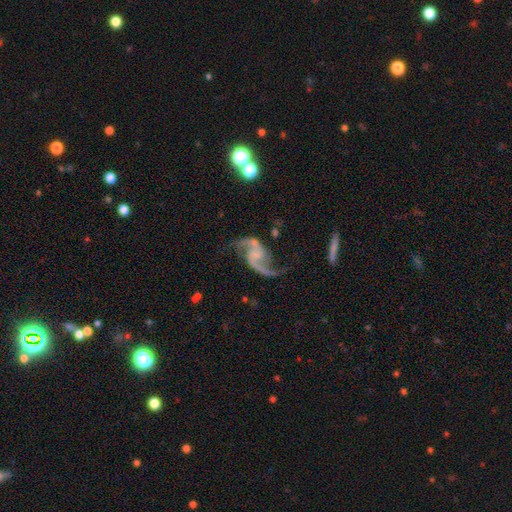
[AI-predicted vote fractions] Smooth or featured: featured or disk — 92% (star or artifact — 5%)
Edge-on disk: no — 98% (yes — 2%)
Bar: no — 50% (weak — 38%)
Spiral arms: yes — 98% (no — 2%)
Spiral winding: loose — 65% (medium — 30%)
Spiral arm count: 2 — 94% (1 — 2%)
Bulge size: none — 57% (small — 30%)
Merging: none — 68% (minor disturbance — 17%)